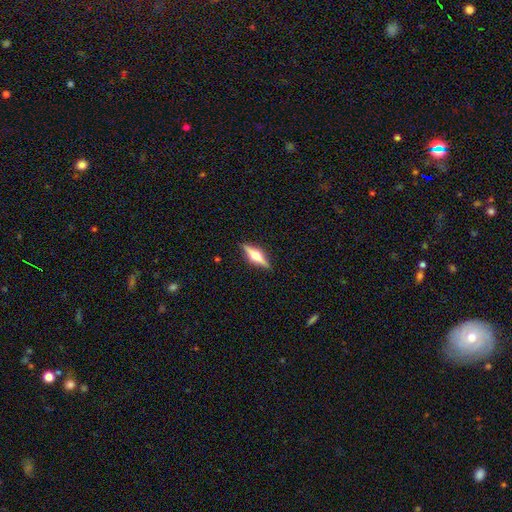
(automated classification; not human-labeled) This is likely a featured or disk galaxy (75%). It is clearly viewed edge-on (98%). Edge-on bulge: clearly rounded (95%). Merging: clearly none (90%).